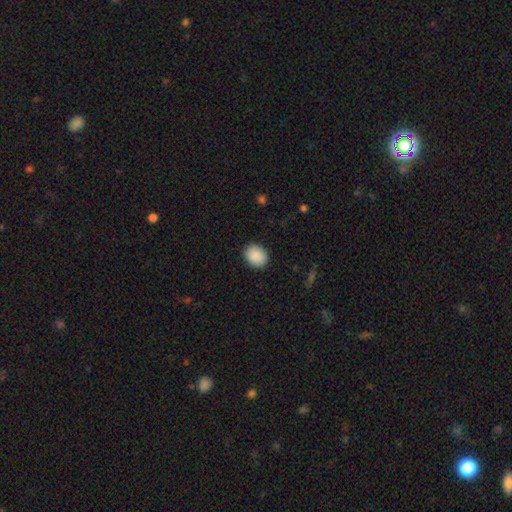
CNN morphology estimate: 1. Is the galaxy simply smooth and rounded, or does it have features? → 90% smooth, 7% star or artifact, 3% featured or disk.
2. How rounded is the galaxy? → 54% in between, 45% round, 1% cigar-shaped.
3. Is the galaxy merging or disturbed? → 88% none, 8% minor disturbance, 2% major disturbance, 1% merger.